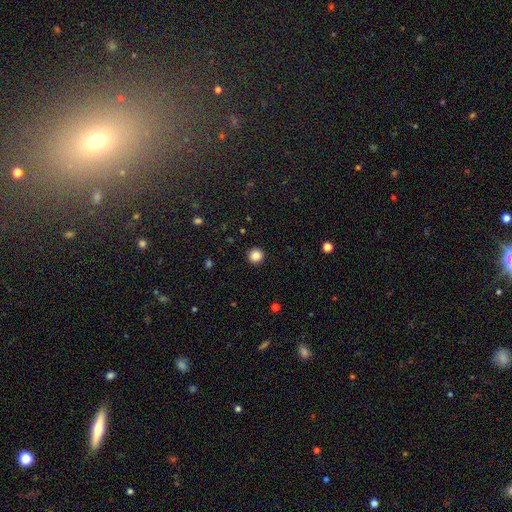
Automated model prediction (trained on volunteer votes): A smooth galaxy with no disk features (86%) that is round (96%).

Vote fractions:
- Smooth or featured? smooth: 86% / star or artifact: 11% / featured or disk: 3%
- How rounded? round: 96% / in between: 3% / cigar-shaped: 1%
- Merging? none: 93% / minor disturbance: 4% / major disturbance: 2% / merger: 1%